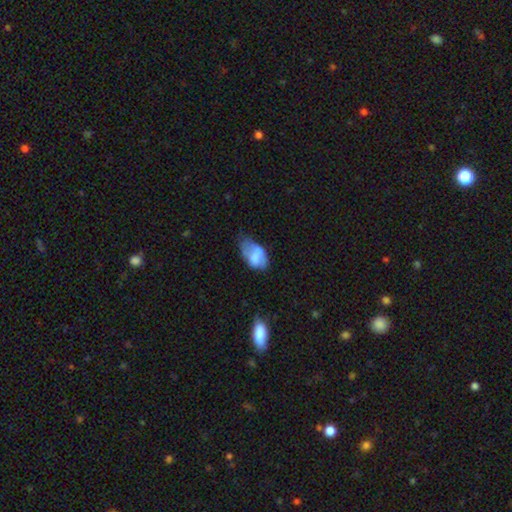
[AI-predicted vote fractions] Smooth or featured?
  - smooth: 63% *
  - featured or disk: 29%
  - star or artifact: 8%
How rounded?
  - in between: 90% *
  - round: 8%
  - cigar-shaped: 2%
Merging?
  - minor disturbance: 40% *
  - none: 30%
  - major disturbance: 23%
  - merger: 7%